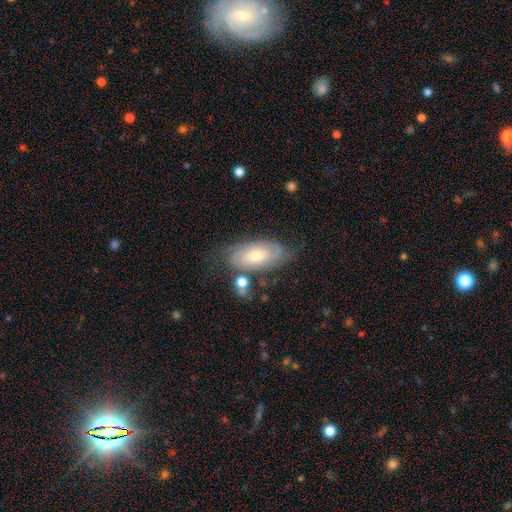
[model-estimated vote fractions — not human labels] A featured or disk galaxy (61%) with no bar (72%), spiral arms (81%) and a moderate central bulge (56%).

Vote fractions:
- Smooth or featured? featured or disk: 61% / smooth: 31% / star or artifact: 7%
- Edge-on disk? no: 90% / yes: 10%
- Bar? no: 72% / weak: 23% / strong: 5%
- Spiral arms? yes: 81% / no: 19%
- Bulge size? moderate: 56% / small: 37% / large: 4% / none: 1% / dominant: 1%
- Merging? none: 60% / minor disturbance: 23% / major disturbance: 11% / merger: 7%